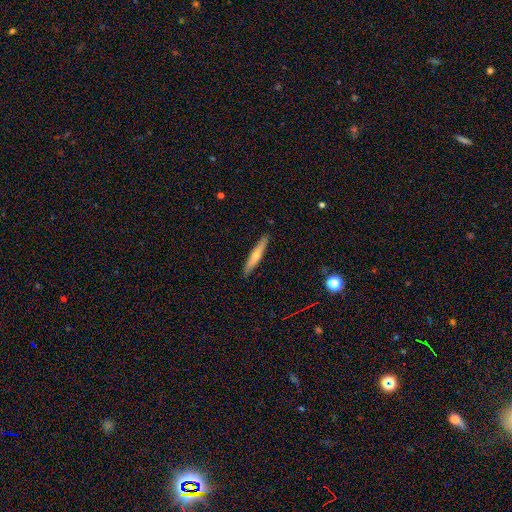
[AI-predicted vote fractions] The model was most divided on "smooth or featured": smooth: 47%, featured or disk: 46%, star or artifact: 7%. More confident: merging — none (90%).